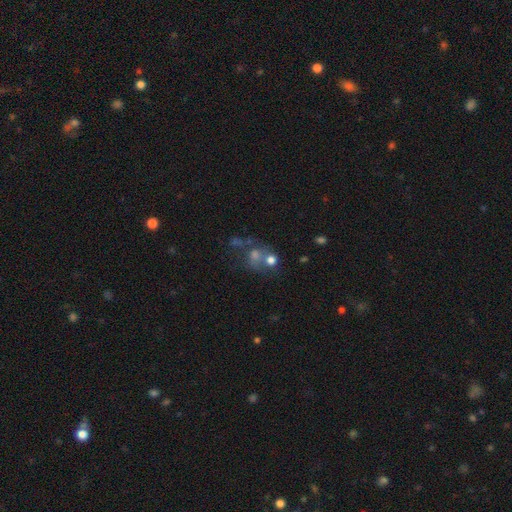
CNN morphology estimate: type=smooth (45%); merging=none (41%).